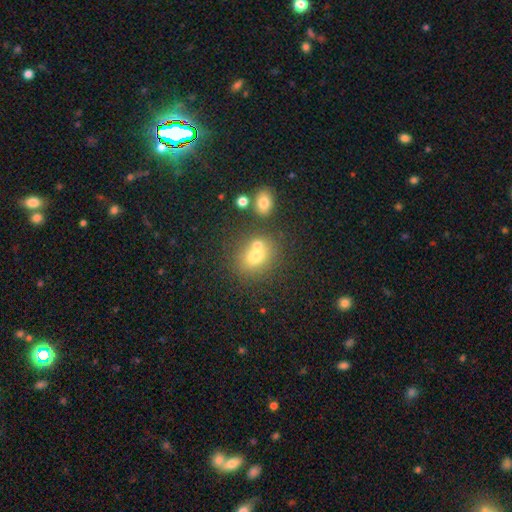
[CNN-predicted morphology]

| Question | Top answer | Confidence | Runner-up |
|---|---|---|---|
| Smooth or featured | smooth | 70% | featured or disk (16%) |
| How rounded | round | 57% | in between (41%) |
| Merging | none | 46% | merger (40%) |